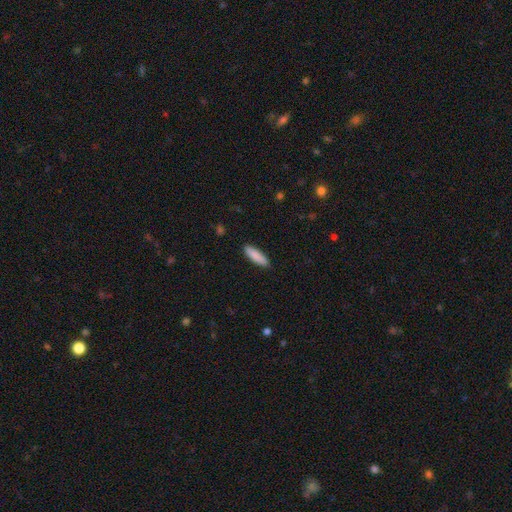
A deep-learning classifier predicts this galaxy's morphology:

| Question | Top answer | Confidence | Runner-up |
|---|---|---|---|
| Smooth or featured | smooth | 88% | featured or disk (7%) |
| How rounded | cigar-shaped | 63% | in between (35%) |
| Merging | none | 89% | minor disturbance (8%) |